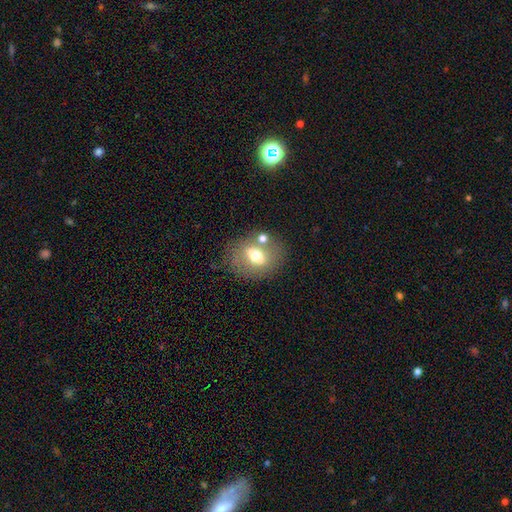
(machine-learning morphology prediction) A smooth galaxy with no disk features (57%) that is in between round and cigar-shaped (59%). Merging: none (67%).